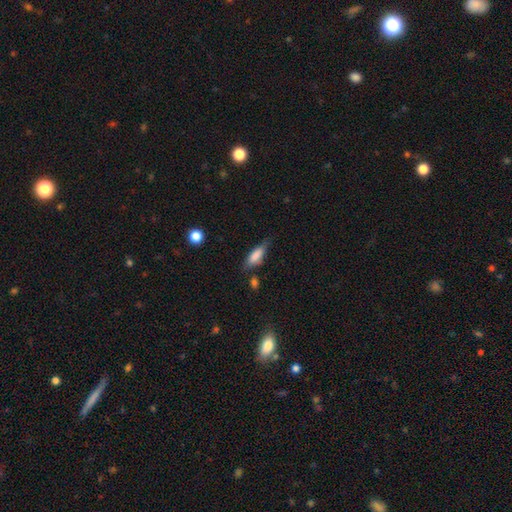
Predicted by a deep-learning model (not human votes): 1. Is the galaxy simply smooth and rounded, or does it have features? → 76% smooth, 17% featured or disk, 7% star or artifact.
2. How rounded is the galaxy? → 61% in between, 36% cigar-shaped, 2% round.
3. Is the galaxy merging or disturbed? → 57% none, 29% minor disturbance, 8% major disturbance, 5% merger.